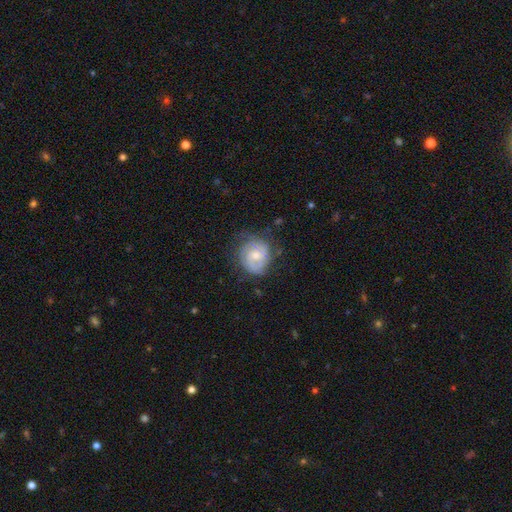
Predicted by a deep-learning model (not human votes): featured or disk 65%, smooth 28%, star or artifact 7%. Down the decision tree: edge-on disk — no (98%); bar — no (62%); spiral arms — yes (88%); spiral arm count — 2 (45%); spiral winding — tight (54%); bulge size — moderate (49%); merging — none (63%).